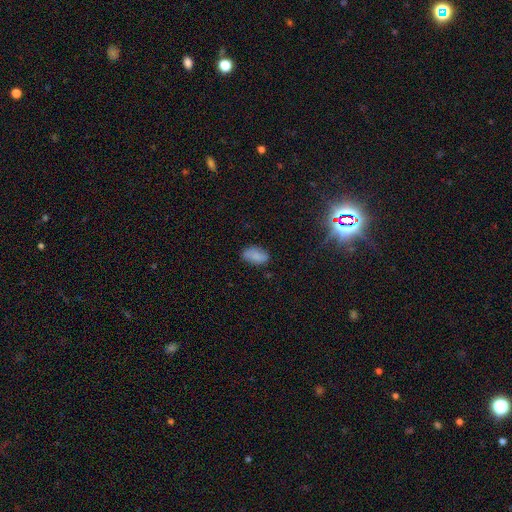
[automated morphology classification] smooth-or-featured: smooth: 83% | star or artifact: 9% | featured or disk: 8%
  how-rounded: in between: 93% | round: 5% | cigar-shaped: 2%
  merging: none: 76% | minor disturbance: 18% | major disturbance: 4% | merger: 2%